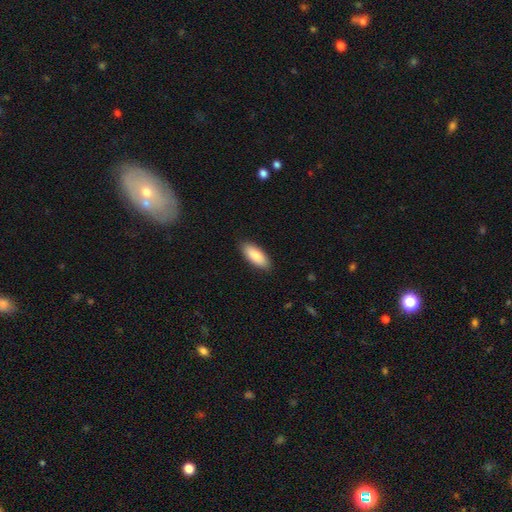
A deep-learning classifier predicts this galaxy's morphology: This is clearly a smooth galaxy (86%). How rounded: clearly in between (82%). Merging: clearly none (88%).